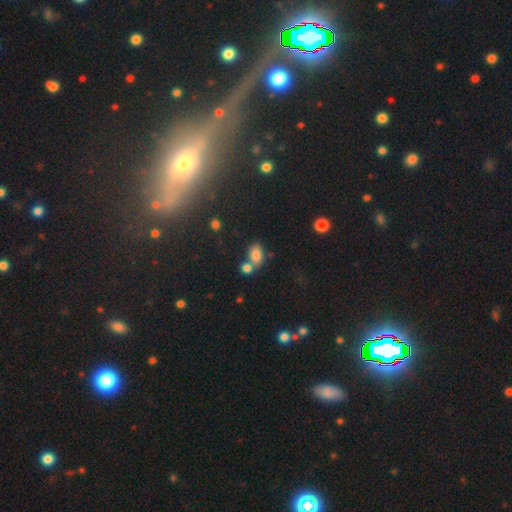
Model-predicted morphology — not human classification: Q: Smooth or featured?
A: smooth (79%); runner-up: star or artifact (12%)
Q: How rounded?
A: in between (82%); runner-up: round (17%)
Q: Merging?
A: none (44%); runner-up: merger (39%)